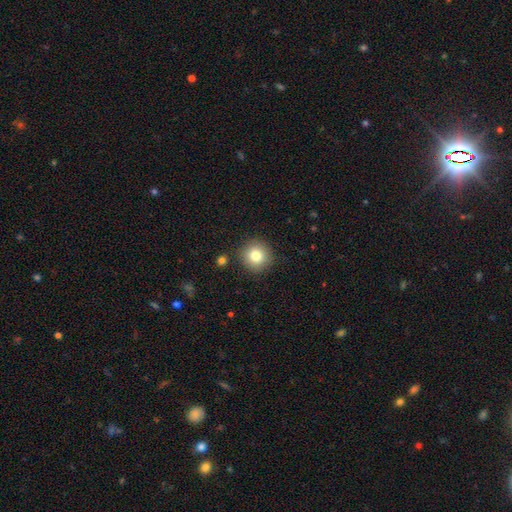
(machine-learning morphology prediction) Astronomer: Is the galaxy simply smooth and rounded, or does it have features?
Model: smooth — 81%.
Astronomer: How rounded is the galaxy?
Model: round — 94%.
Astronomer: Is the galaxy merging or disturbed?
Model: none — 88%.